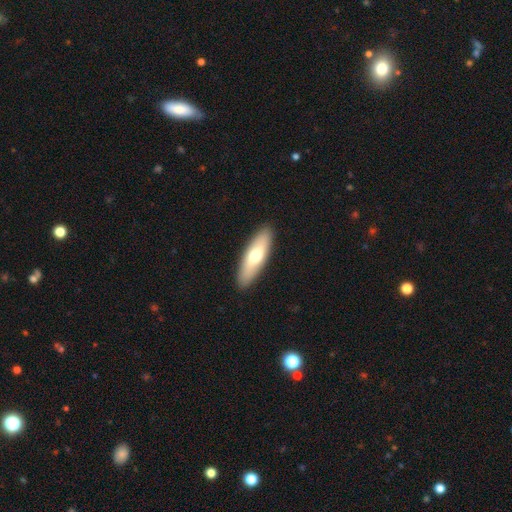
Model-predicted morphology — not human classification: A smooth galaxy with no disk features (64%) that is cigar-shaped (51%).

Vote fractions:
- Smooth or featured? smooth: 64% / featured or disk: 30% / star or artifact: 5%
- How rounded? cigar-shaped: 51% / in between: 47% / round: 2%
- Merging? none: 90% / minor disturbance: 7% / major disturbance: 2% / merger: 1%